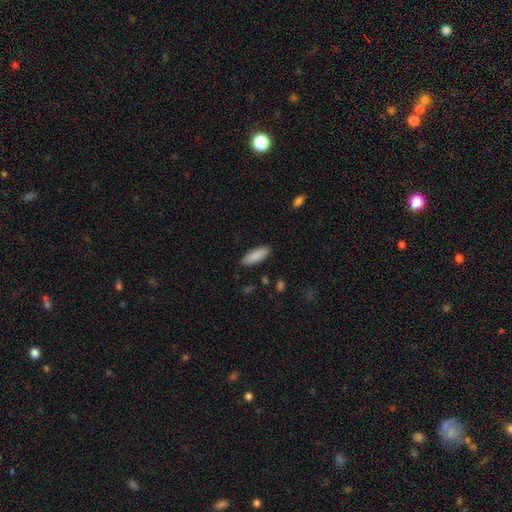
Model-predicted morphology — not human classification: smooth_or_featured: smooth (p=0.89) [alt: star or artifact p=0.06]
how_rounded: in between (p=0.70) [alt: cigar-shaped p=0.28]
merging: none (p=0.88) [alt: minor disturbance p=0.09]